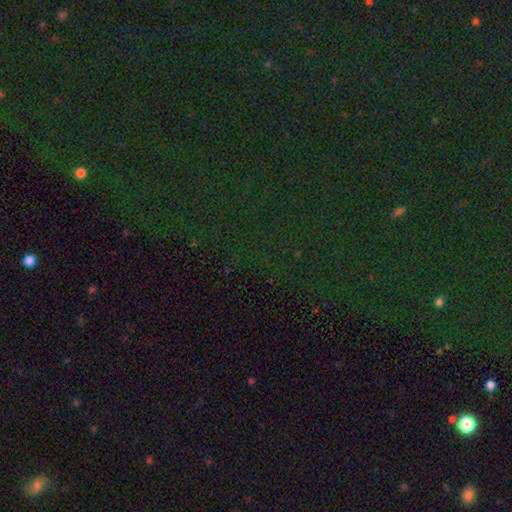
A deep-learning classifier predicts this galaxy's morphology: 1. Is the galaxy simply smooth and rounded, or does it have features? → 82% star or artifact, 11% smooth, 7% featured or disk.